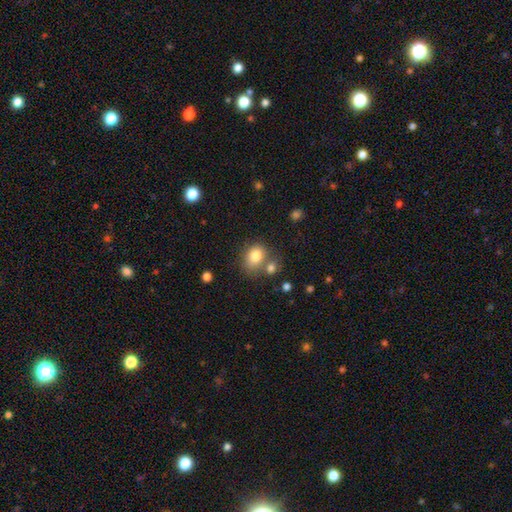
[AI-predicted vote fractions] This is clearly a smooth galaxy (81%). How rounded: possibly in between (53%). Merging: possibly none (53%).